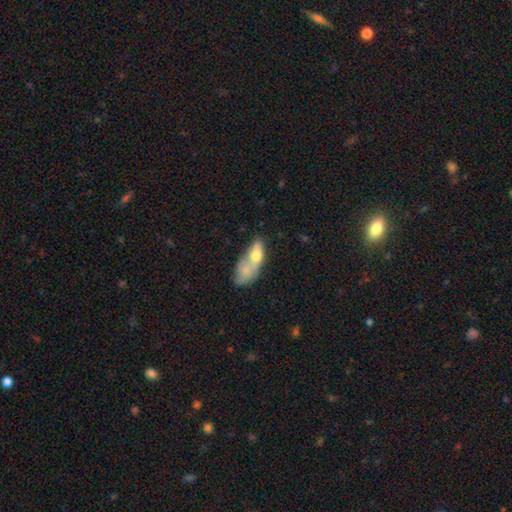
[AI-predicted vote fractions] smooth-or-featured: smooth: 66% | featured or disk: 26% | star or artifact: 8%
  how-rounded: in between: 76% | cigar-shaped: 15% | round: 9%
  merging: merger: 65% | none: 16% | minor disturbance: 10% | major disturbance: 9%